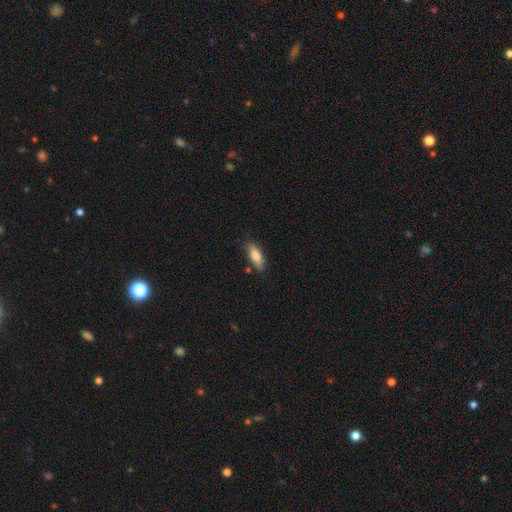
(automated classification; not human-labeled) smooth 79%, featured or disk 14%, star or artifact 7%. Down the decision tree: how rounded — in between (61%); merging — none (73%).